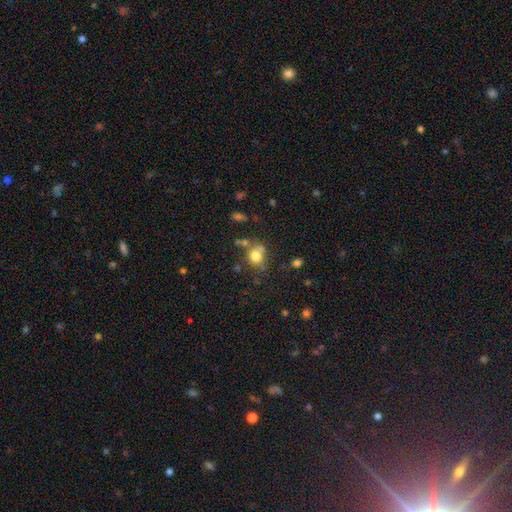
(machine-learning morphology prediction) smooth 74%, star or artifact 13%, featured or disk 12%. Down the decision tree: how rounded — round (74%); merging — none (55%).